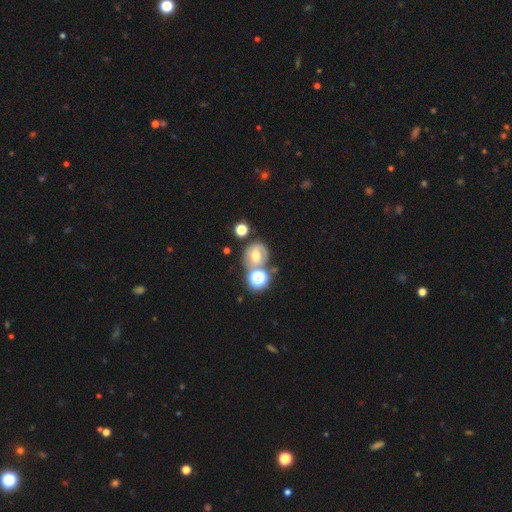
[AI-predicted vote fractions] Smooth or featured?
  - featured or disk: 44% *
  - smooth: 38%
  - star or artifact: 18%
Merging?
  - none: 57% *
  - merger: 20%
  - minor disturbance: 15%
  - major disturbance: 8%